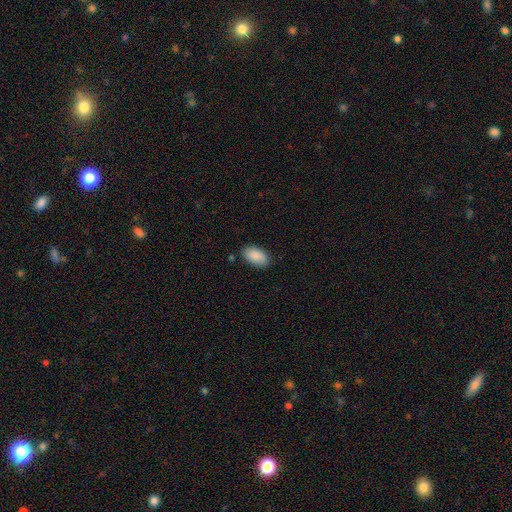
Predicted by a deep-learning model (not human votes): smooth 89%, star or artifact 6%, featured or disk 4%. Down the decision tree: how rounded — in between (94%); merging — none (85%).